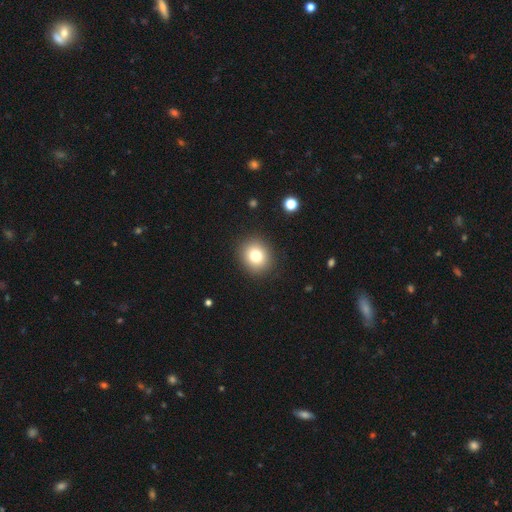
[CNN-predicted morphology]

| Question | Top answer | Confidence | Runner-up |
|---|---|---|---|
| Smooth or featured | smooth | 78% | star or artifact (12%) |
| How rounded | round | 78% | in between (21%) |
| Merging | none | 90% | minor disturbance (6%) |